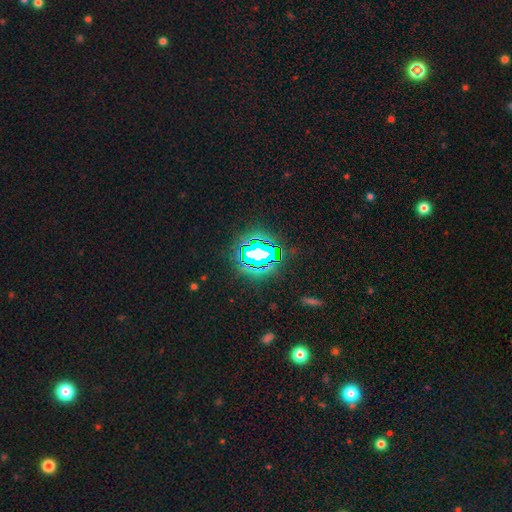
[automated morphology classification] Q: Smooth or featured?
A: star or artifact (73%); runner-up: smooth (15%)